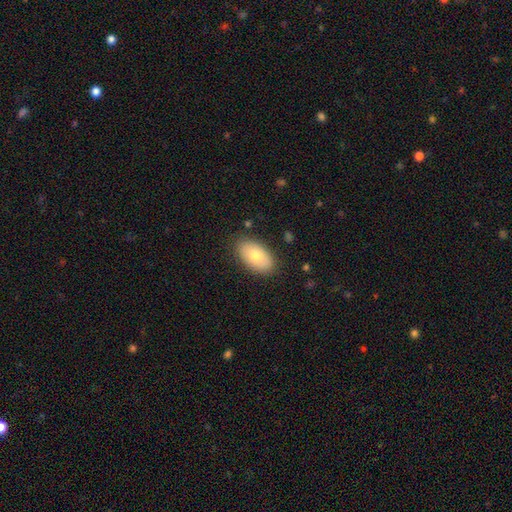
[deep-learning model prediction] Overall: smooth (74%). How rounded: in between (93%). Merging: none (83%).